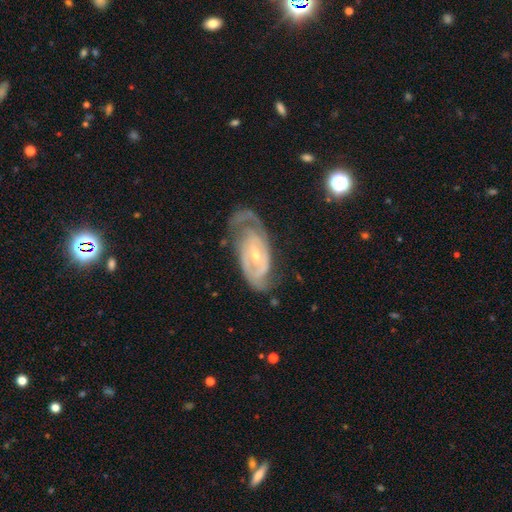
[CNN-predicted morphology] Smooth or featured? featured or disk (86%)
Edge-on disk? no (94%)
Bar? no (43%)
Spiral arms? yes (92%)
Spiral winding? tight (54%)
Spiral arm count? 2 (60%)
Bulge size? small (63%)
Merging? none (56%)